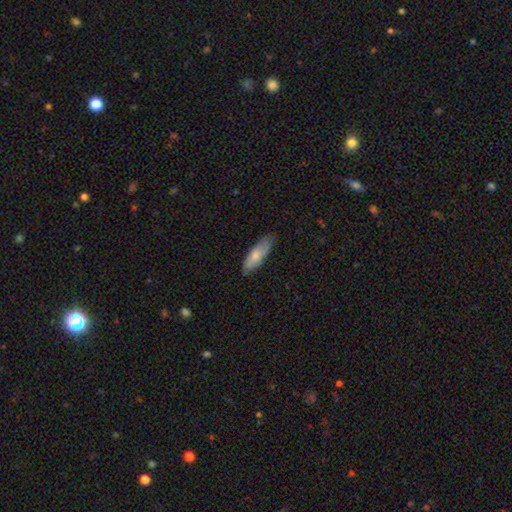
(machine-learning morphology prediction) Overall: smooth (71%). How rounded: in between (61%; cigar-shaped 37%). Merging: none (72%).